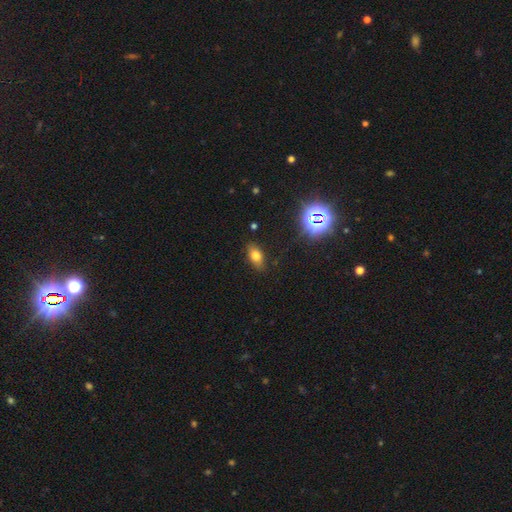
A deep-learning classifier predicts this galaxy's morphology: smooth_or_featured: smooth (p=0.72) [alt: star or artifact p=0.16]
how_rounded: in between (p=0.86) [alt: round p=0.09]
merging: none (p=0.84) [alt: minor disturbance p=0.12]